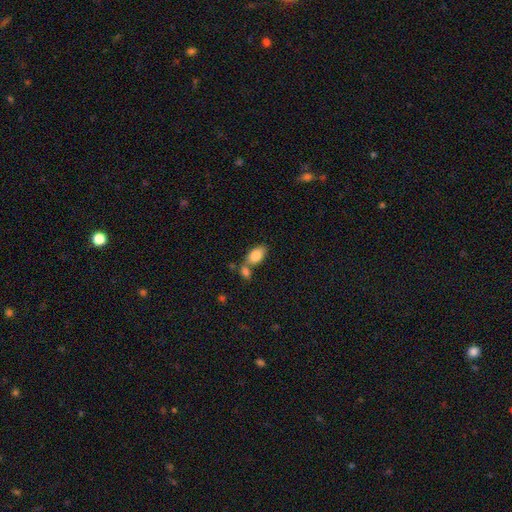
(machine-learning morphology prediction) Smooth or featured? smooth (84%)
How rounded? in between (91%)
Merging? none (45%)